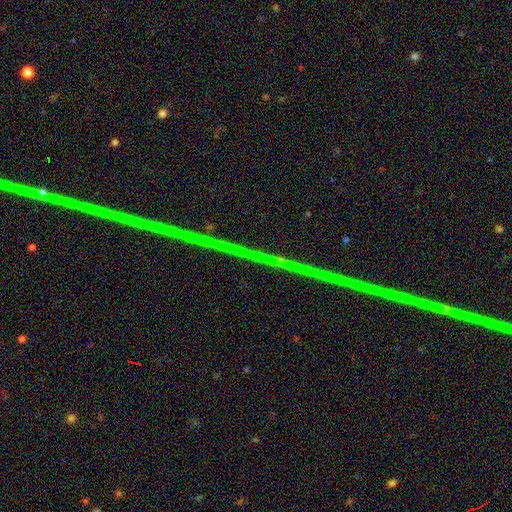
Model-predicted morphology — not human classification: The model was most divided on "smooth or featured": star or artifact: 76%, featured or disk: 17%, smooth: 7%.